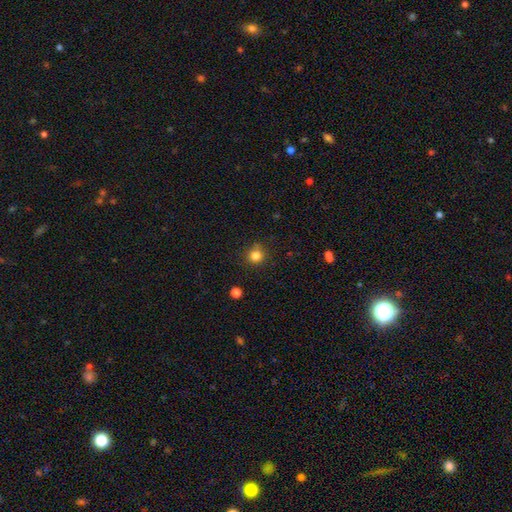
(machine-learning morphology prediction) smooth_or_featured: smooth (p=0.82) [alt: star or artifact p=0.13]
how_rounded: round (p=0.92) [alt: in between p=0.08]
merging: none (p=0.83) [alt: minor disturbance p=0.10]